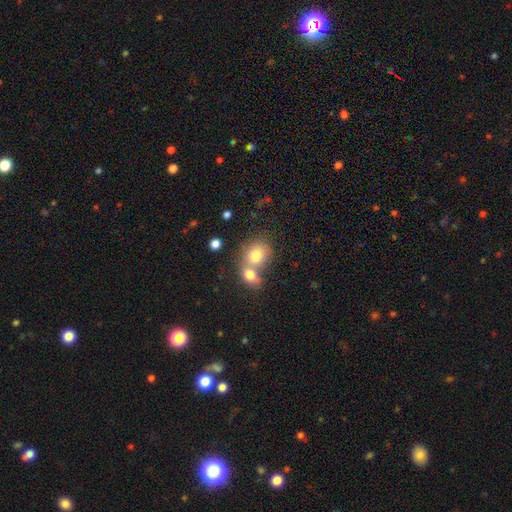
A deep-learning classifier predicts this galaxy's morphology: Smooth or featured? smooth (77%)
How rounded? round (58%)
Merging? merger (61%)